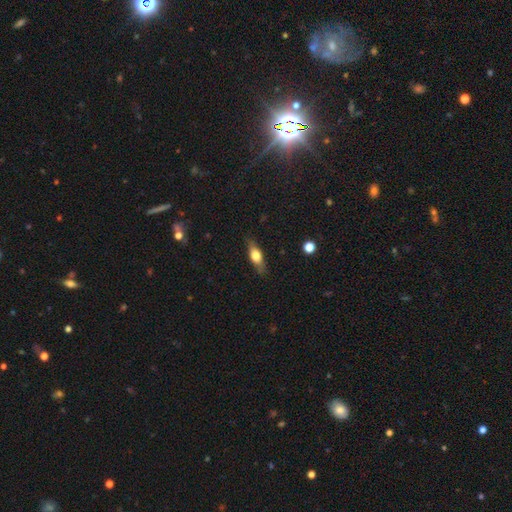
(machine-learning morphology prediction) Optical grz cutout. It shows a smooth galaxy with no disk features (58%) that is in between round and cigar-shaped (60%). Merging: none (82%).